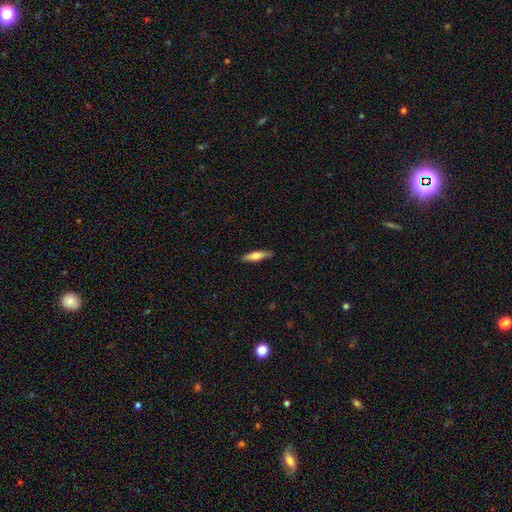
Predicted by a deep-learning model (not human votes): Overall: smooth (64%; featured or disk 30%). How rounded: cigar-shaped (73%). Merging: none (85%).